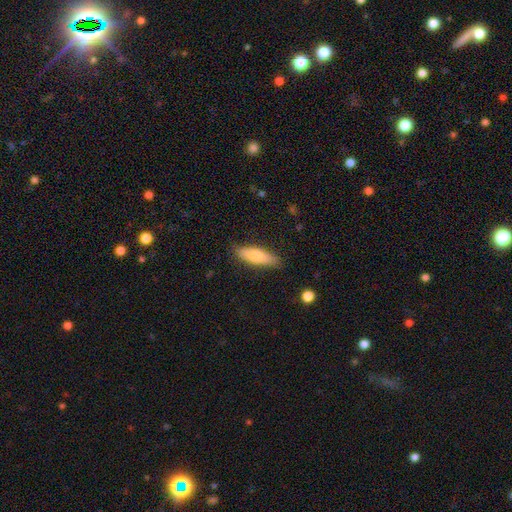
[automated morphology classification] This appears to be a smooth galaxy with no disk features (78%) that is in between round and cigar-shaped (50%). Merging: none (80%).